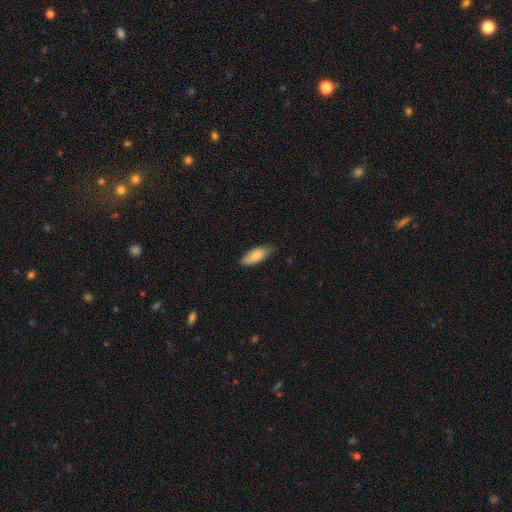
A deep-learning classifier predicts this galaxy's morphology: Smooth or featured? smooth (81%)
How rounded? in between (75%)
Merging? none (78%)